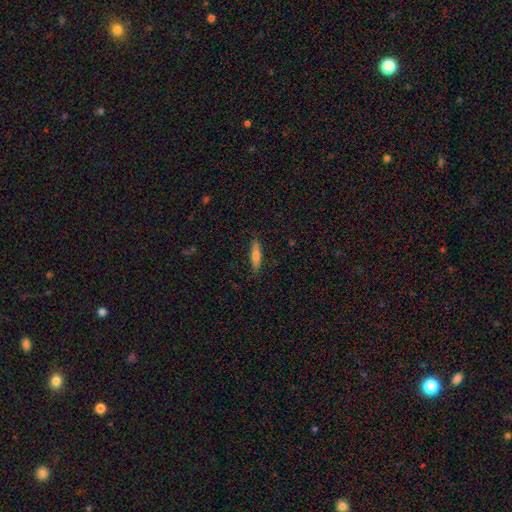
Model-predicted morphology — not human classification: smooth_or_featured: smooth (p=0.66) [alt: featured or disk p=0.28]
how_rounded: cigar-shaped (p=0.72) [alt: in between p=0.26]
merging: none (p=0.88) [alt: minor disturbance p=0.09]